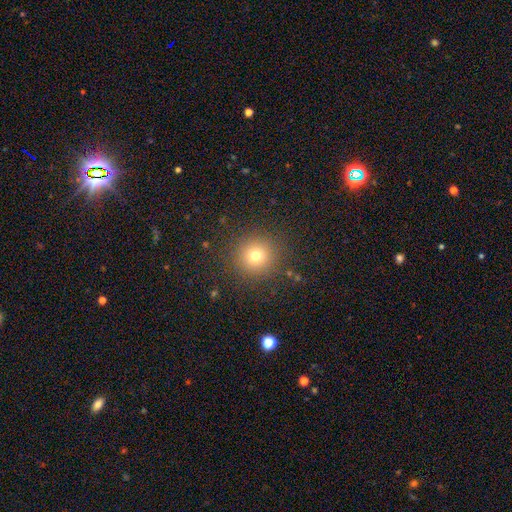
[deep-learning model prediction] The model was most divided on "smooth or featured": smooth: 73%, star or artifact: 17%, featured or disk: 9%. More confident: how rounded — round (95%); merging — none (89%).